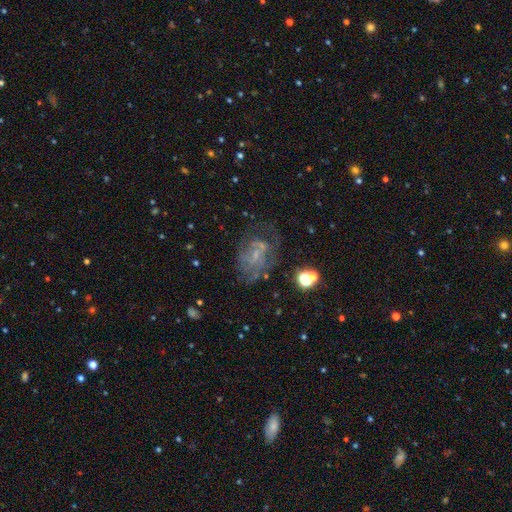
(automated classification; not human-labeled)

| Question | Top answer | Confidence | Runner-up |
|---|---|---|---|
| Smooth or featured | featured or disk | 65% | smooth (19%) |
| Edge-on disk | no | 97% | yes (3%) |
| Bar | no | 58% | weak (34%) |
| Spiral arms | yes | 58% | no (42%) |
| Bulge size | small | 52% | none (32%) |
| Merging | none | 44% | major disturbance (30%) |